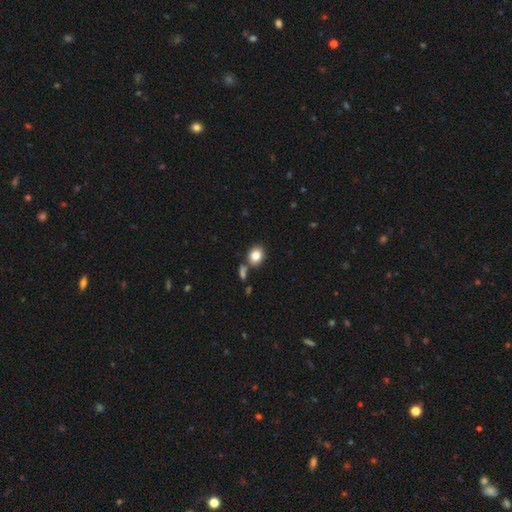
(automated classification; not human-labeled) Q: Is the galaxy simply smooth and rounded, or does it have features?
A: smooth — 83%.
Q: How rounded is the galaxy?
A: round — 61%.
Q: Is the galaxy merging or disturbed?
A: none — 73%.